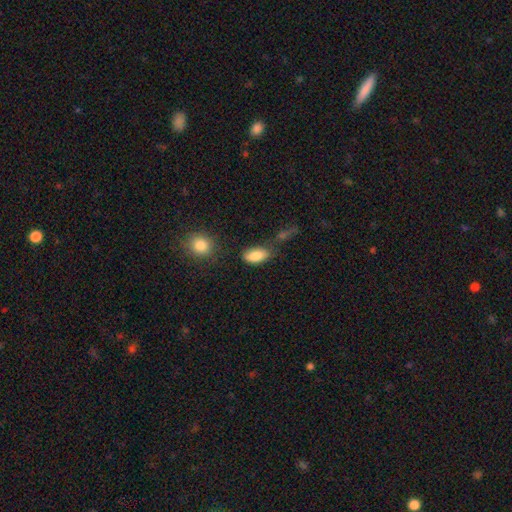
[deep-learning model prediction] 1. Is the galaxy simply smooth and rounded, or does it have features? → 86% smooth, 7% star or artifact, 7% featured or disk.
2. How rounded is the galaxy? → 91% in between, 4% cigar-shaped, 4% round.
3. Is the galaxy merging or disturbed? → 67% none, 18% minor disturbance, 9% merger, 6% major disturbance.